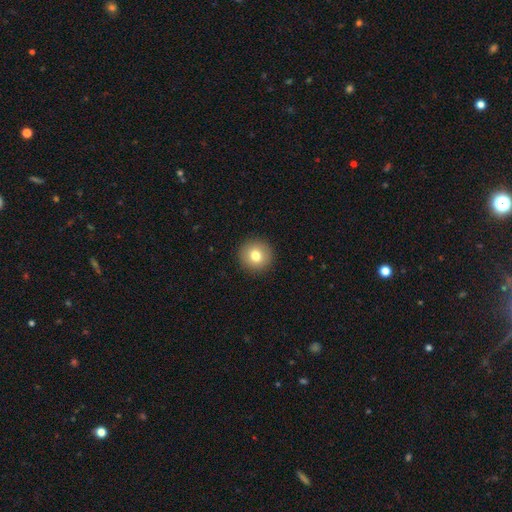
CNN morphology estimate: The model was most divided on "smooth or featured": smooth: 78%, featured or disk: 12%, star or artifact: 10%. More confident: how rounded — round (94%); merging — none (93%).